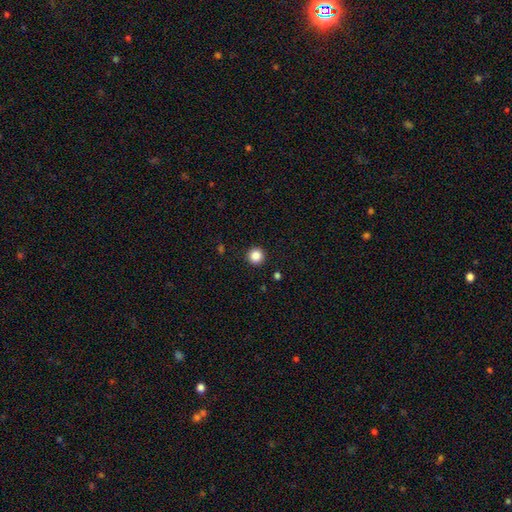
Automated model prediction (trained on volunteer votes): Smooth or featured? smooth (86%)
How rounded? round (96%)
Merging? none (93%)